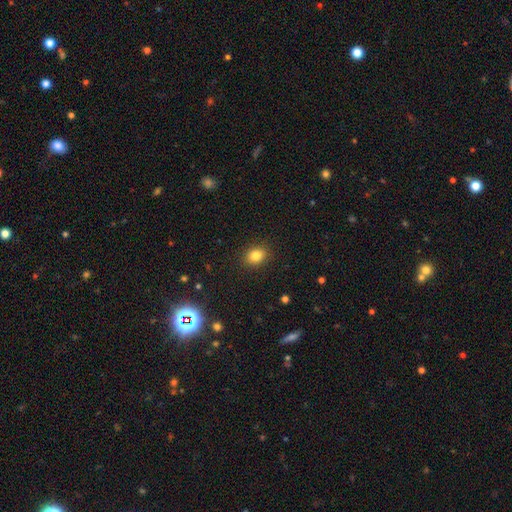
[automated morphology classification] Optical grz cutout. It shows a smooth galaxy with no disk features (83%) that is in between round and cigar-shaped (53%). Merging: none (90%).